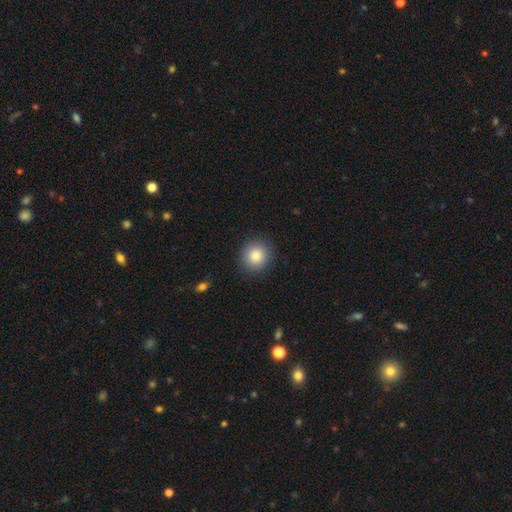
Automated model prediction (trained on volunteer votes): smooth 85%, star or artifact 9%, featured or disk 6%. Down the decision tree: how rounded — round (88%); merging — none (90%).